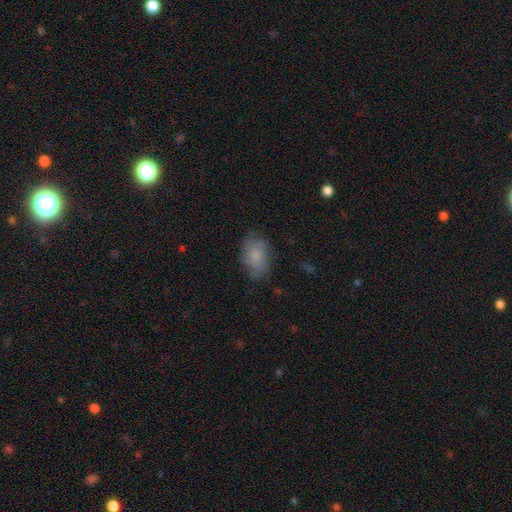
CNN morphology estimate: A smooth galaxy with no disk features (78%) that is in between round and cigar-shaped (86%).

Vote fractions:
- Smooth or featured? smooth: 78% / featured or disk: 15% / star or artifact: 7%
- How rounded? in between: 86% / round: 12% / cigar-shaped: 2%
- Merging? none: 74% / minor disturbance: 19% / major disturbance: 6% / merger: 1%